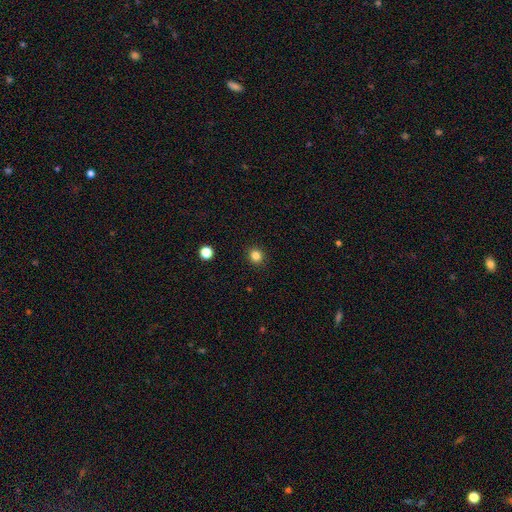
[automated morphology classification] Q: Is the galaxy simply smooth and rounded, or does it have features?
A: smooth — 83%.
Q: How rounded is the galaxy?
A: round — 86%.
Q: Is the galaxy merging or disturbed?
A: none — 92%.